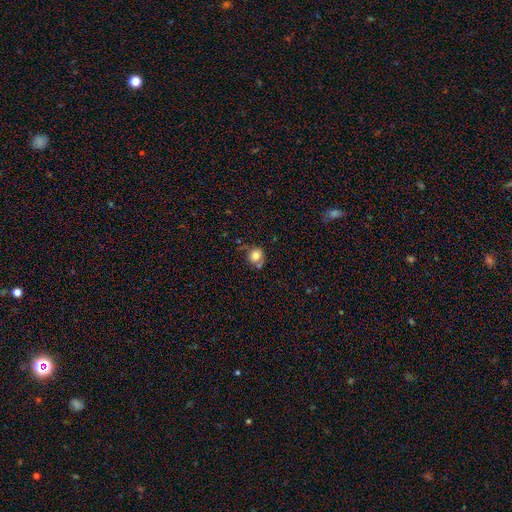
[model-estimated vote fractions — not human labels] Smooth or featured? Predicted: smooth (p=0.79). How rounded? Predicted: round (p=0.81). Merging? Predicted: none (p=0.59).